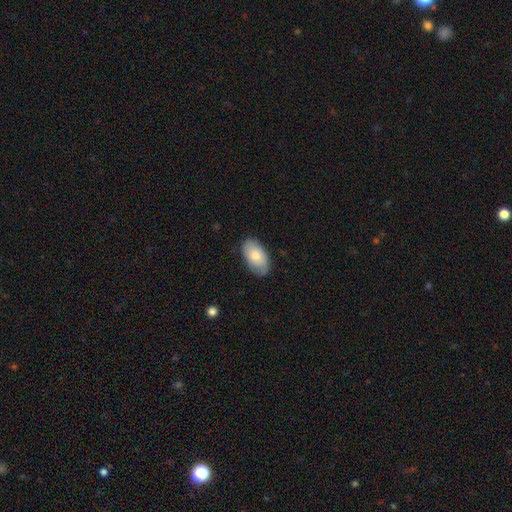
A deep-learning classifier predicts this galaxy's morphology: Overall: smooth (76%). How rounded: in between (94%). Merging: none (80%).